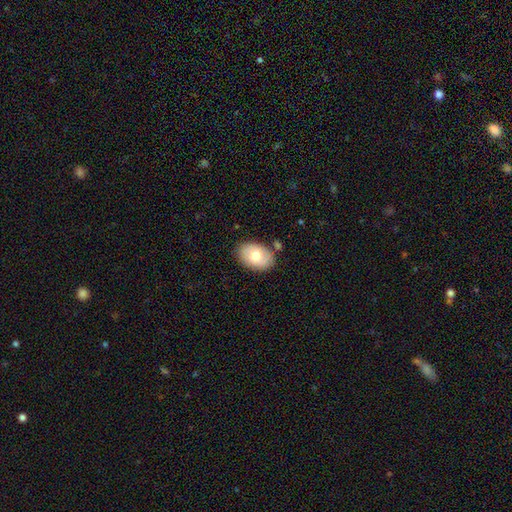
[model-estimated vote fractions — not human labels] Smooth or featured? smooth (67%)
How rounded? in between (86%)
Merging? none (79%)